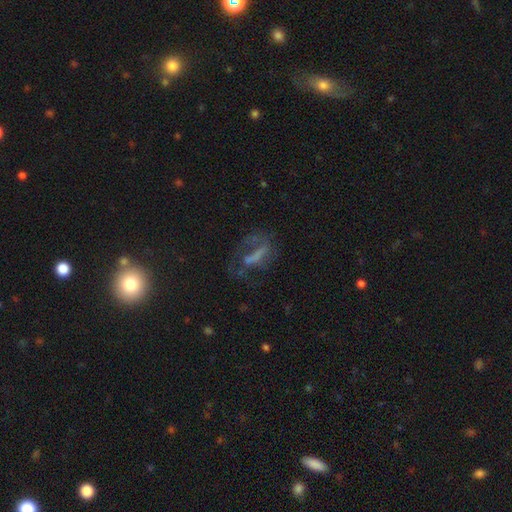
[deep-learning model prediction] Smooth or featured? Predicted: featured or disk (p=0.50). Merging? Predicted: major disturbance (p=0.41).